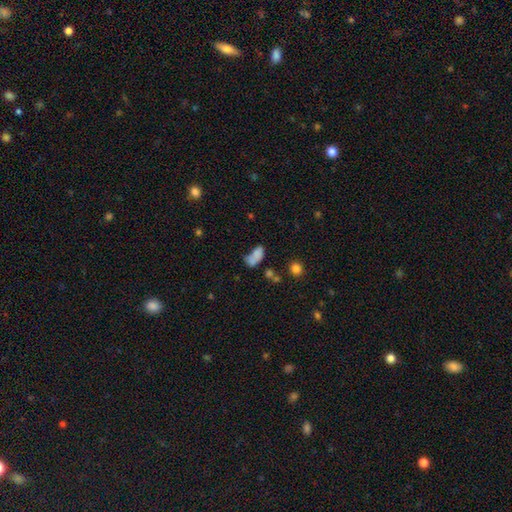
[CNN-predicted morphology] A smooth galaxy with no disk features (73%) that is in between round and cigar-shaped (86%).

Vote fractions:
- Smooth or featured? smooth: 73% / featured or disk: 14% / star or artifact: 13%
- How rounded? in between: 86% / round: 8% / cigar-shaped: 6%
- Merging? none: 31% / merger: 29% / minor disturbance: 21% / major disturbance: 19%